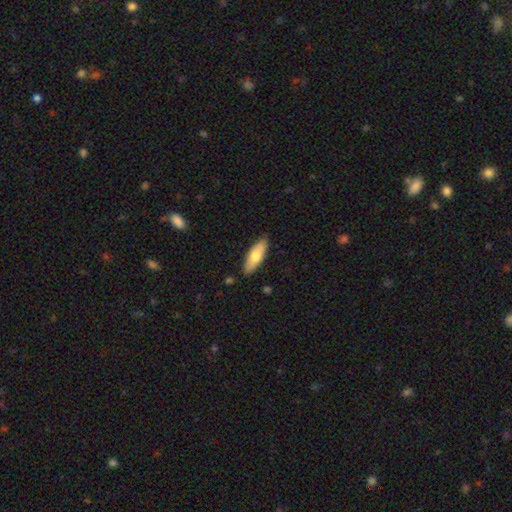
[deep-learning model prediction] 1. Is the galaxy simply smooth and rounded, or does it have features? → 72% smooth, 23% featured or disk, 5% star or artifact.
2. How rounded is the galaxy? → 57% in between, 42% cigar-shaped, 2% round.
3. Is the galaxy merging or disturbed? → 87% none, 10% minor disturbance, 2% major disturbance, 2% merger.